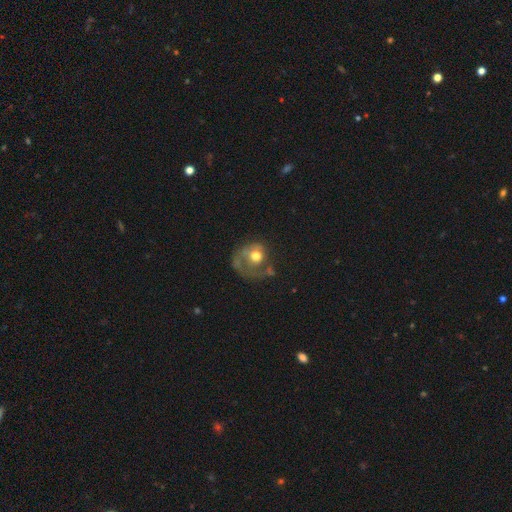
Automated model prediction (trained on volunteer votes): smooth-or-featured: featured or disk: 46% | smooth: 45% | star or artifact: 8%
  merging: major disturbance: 42% | none: 31% | minor disturbance: 20% | merger: 7%